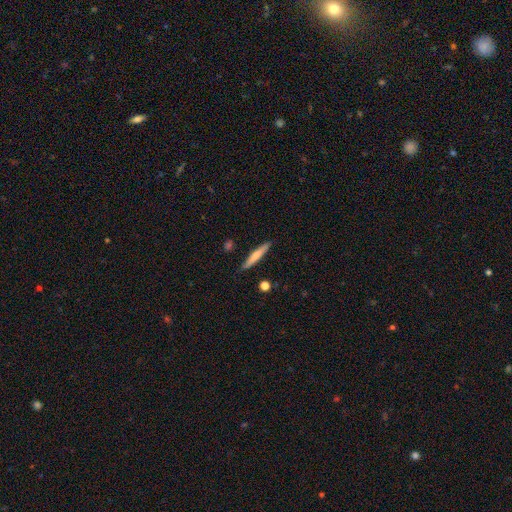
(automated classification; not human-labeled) The model was most divided on "smooth or featured": smooth: 61%, featured or disk: 33%, star or artifact: 6%. More confident: how rounded — cigar-shaped (94%); merging — none (88%).